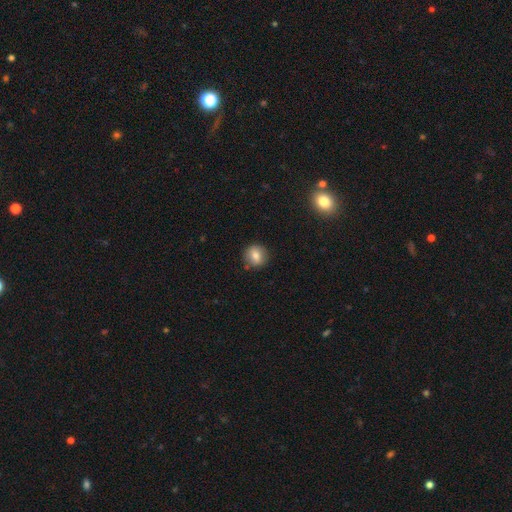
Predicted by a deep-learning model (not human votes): This appears to be a smooth galaxy with no disk features (80%) that is round (88%). Merging: none (86%).